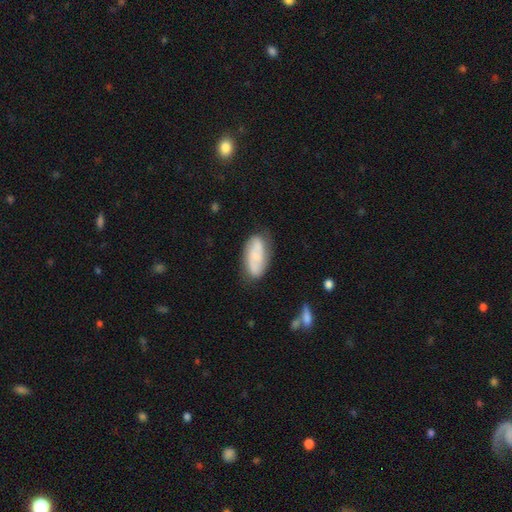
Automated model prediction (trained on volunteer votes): smooth_or_featured: featured or disk (p=0.47) [alt: smooth p=0.45]
merging: none (p=0.73) [alt: minor disturbance p=0.19]